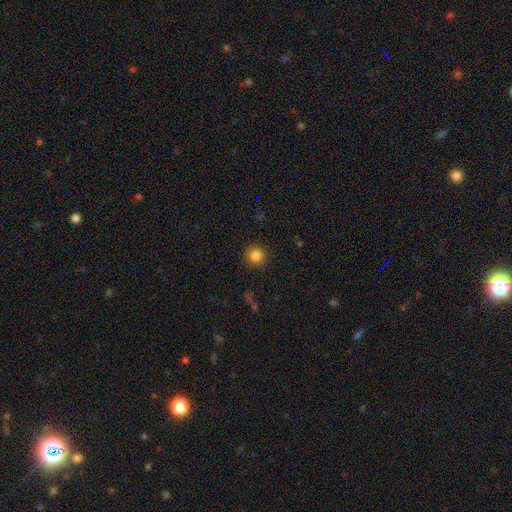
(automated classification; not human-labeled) Morphology: type=smooth (83%); roundness=round (94%); merging=none (91%).